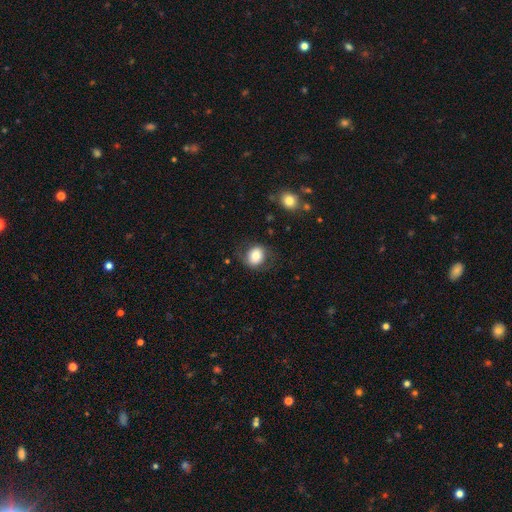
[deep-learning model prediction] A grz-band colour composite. It shows a smooth galaxy with no disk features (73%) that is round (61%). Merging: none (71%).